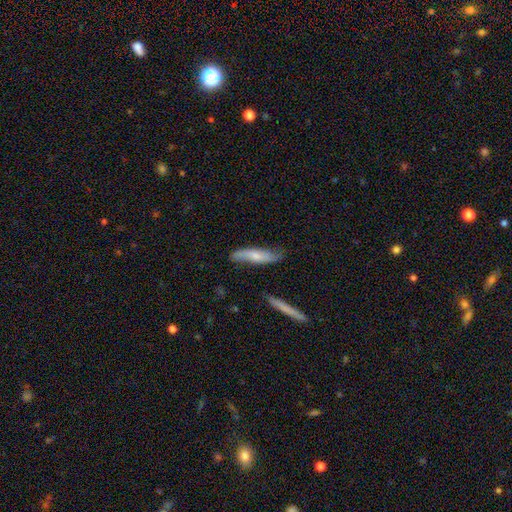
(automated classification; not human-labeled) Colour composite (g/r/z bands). It shows a smooth galaxy with no disk features (56%) that is cigar-shaped (74%). Merging: none (72%).